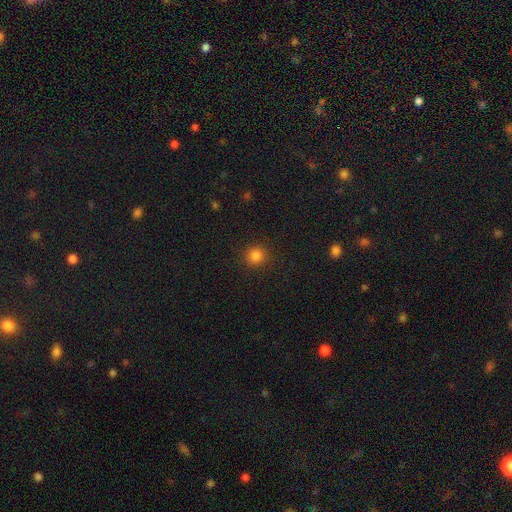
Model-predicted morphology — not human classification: A smooth galaxy with no disk features (83%) that is round (92%). Merging: none (91%).